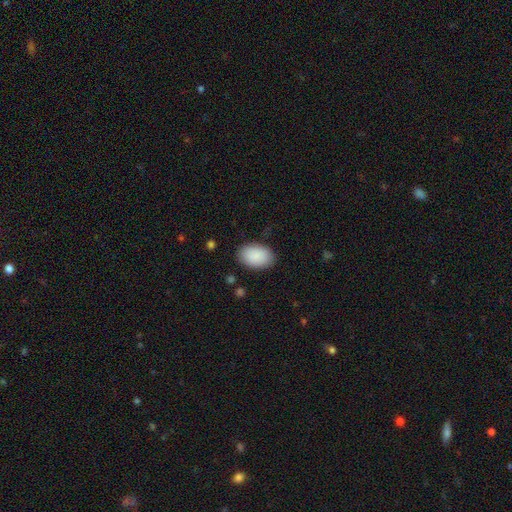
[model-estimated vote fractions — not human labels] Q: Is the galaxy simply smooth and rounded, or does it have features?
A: smooth — 90%.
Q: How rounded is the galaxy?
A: in between — 90%.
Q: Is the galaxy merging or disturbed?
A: none — 86%.